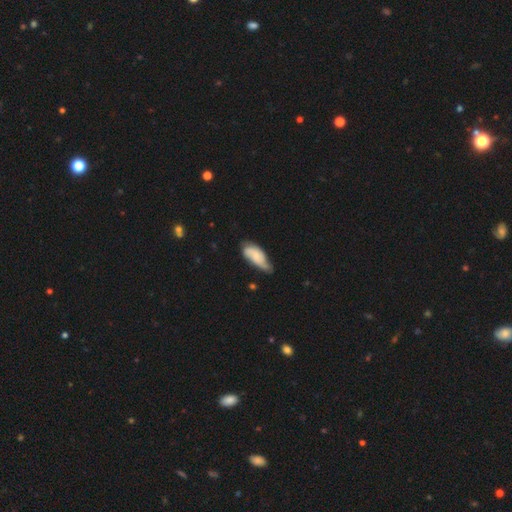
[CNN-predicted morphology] smooth-or-featured: smooth: 55% | featured or disk: 38% | star or artifact: 7%
  how-rounded: in between: 80% | cigar-shaped: 18% | round: 2%
  merging: none: 45% | minor disturbance: 41% | major disturbance: 11% | merger: 3%